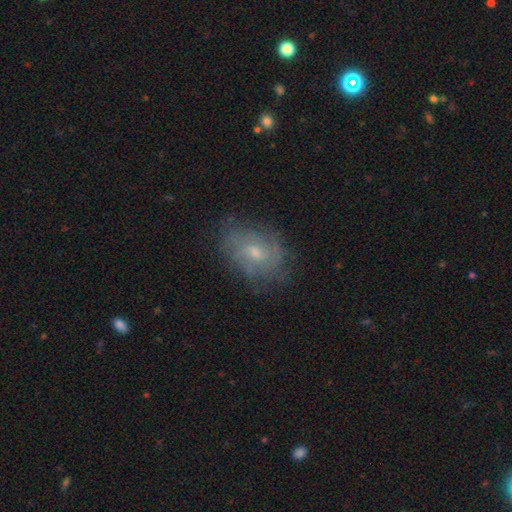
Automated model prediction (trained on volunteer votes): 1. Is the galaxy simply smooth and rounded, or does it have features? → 52% featured or disk, 35% smooth, 14% star or artifact.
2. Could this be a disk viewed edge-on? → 95% no, 5% yes.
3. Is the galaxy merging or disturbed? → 74% none, 18% minor disturbance, 7% major disturbance, 1% merger.